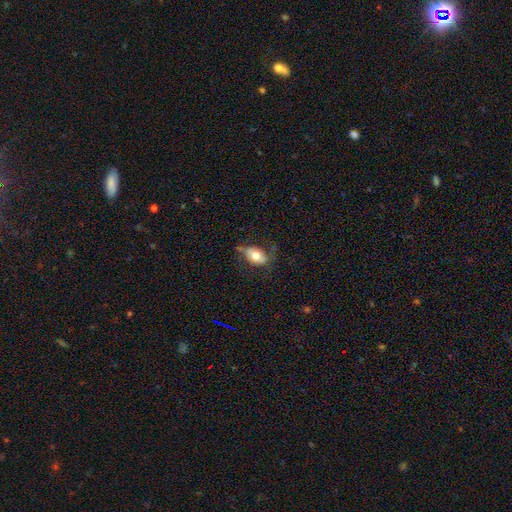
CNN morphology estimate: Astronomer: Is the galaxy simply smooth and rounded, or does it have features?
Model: smooth — 68%.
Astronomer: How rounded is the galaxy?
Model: in between — 86%.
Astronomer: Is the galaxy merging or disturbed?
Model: none — 59%.